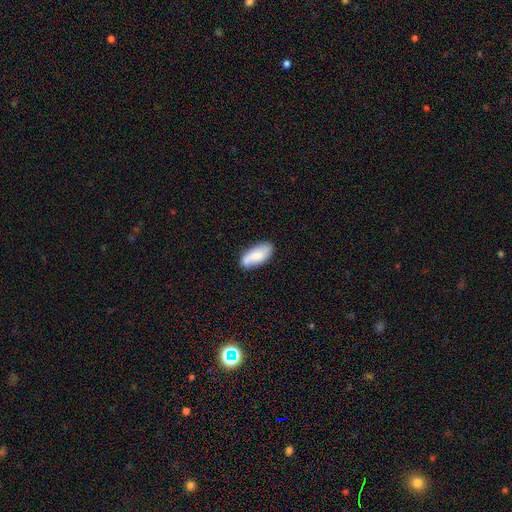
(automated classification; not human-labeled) Smooth or featured?
  - smooth: 70% *
  - featured or disk: 24%
  - star or artifact: 7%
How rounded?
  - in between: 88% *
  - cigar-shaped: 9%
  - round: 2%
Merging?
  - none: 75% *
  - minor disturbance: 18%
  - major disturbance: 4%
  - merger: 3%